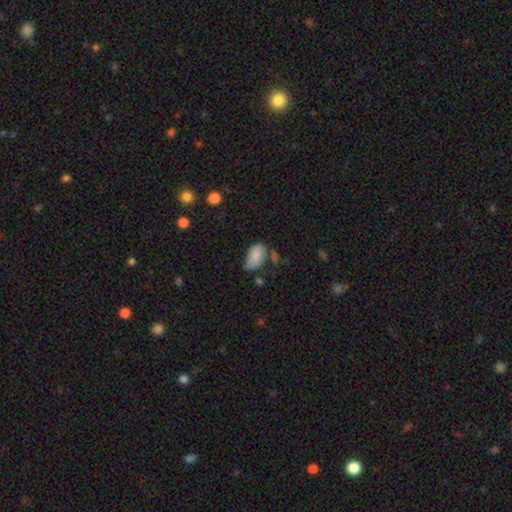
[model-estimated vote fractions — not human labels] A smooth galaxy with no disk features (77%) that is in between round and cigar-shaped (91%). Merging: minor disturbance (40%).